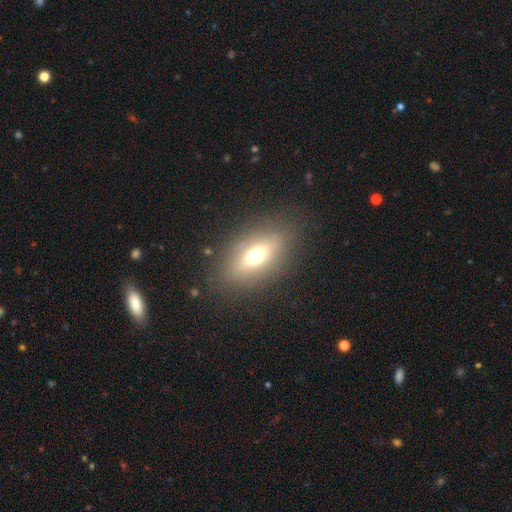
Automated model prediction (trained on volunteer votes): smooth 62%, featured or disk 26%, star or artifact 12%. Down the decision tree: how rounded — in between (79%); merging — none (82%).